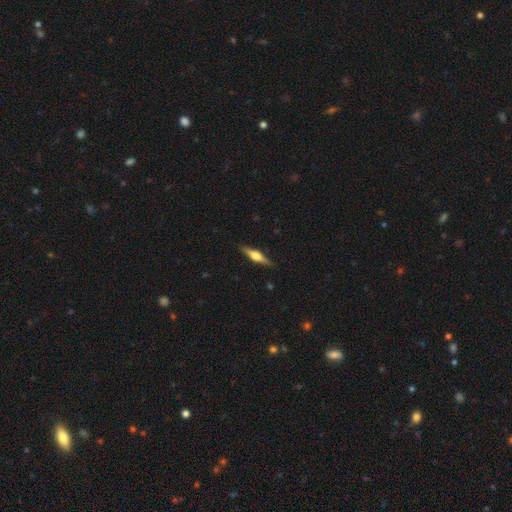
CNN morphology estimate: Smooth or featured? Predicted: featured or disk (p=0.65). Edge-on disk? Predicted: yes (p=0.97). Edge-on bulge? Predicted: rounded (p=0.86). Merging? Predicted: none (p=0.88).